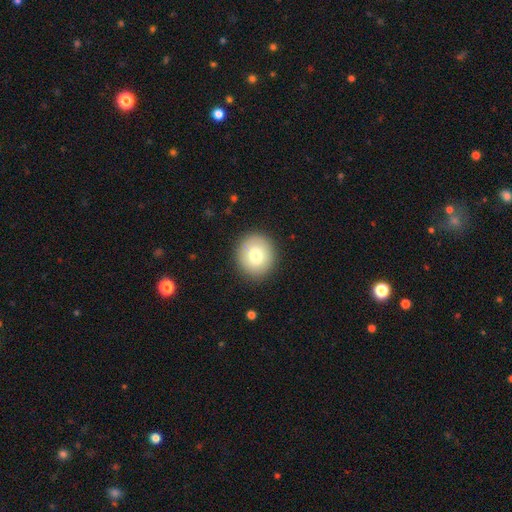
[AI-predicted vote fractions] The model was most divided on "smooth or featured": smooth: 76%, featured or disk: 16%, star or artifact: 8%. More confident: merging — none (89%); how rounded — round (86%).